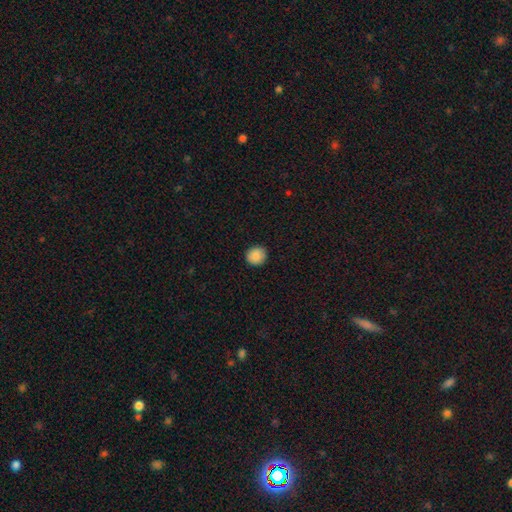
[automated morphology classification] Smooth or featured? smooth (88%)
How rounded? round (90%)
Merging? none (91%)